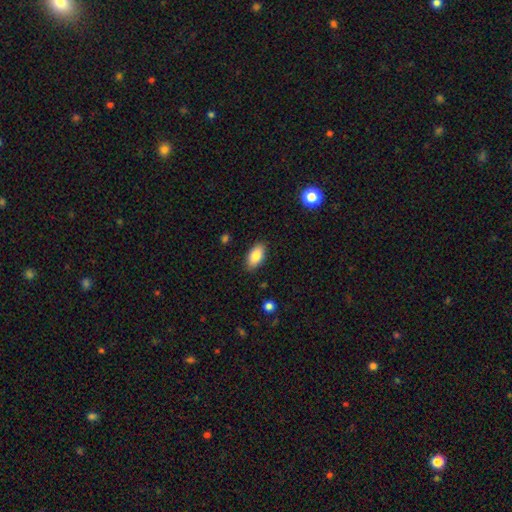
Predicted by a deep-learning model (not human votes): This is clearly a smooth galaxy (84%). How rounded: clearly in between (91%). Merging: clearly none (87%).